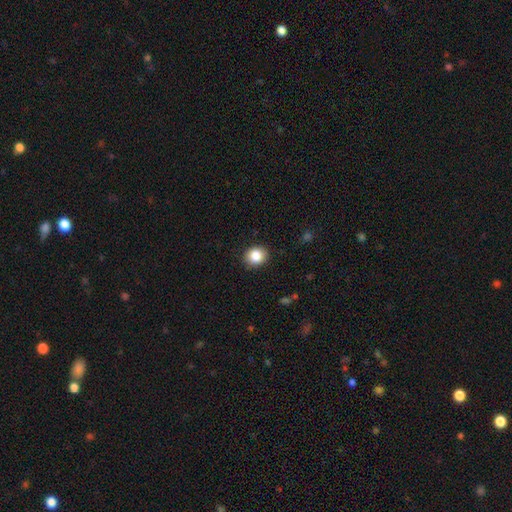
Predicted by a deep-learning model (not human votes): smooth_or_featured: smooth (p=0.85) [alt: star or artifact p=0.09]
how_rounded: round (p=0.72) [alt: in between p=0.27]
merging: none (p=0.89) [alt: minor disturbance p=0.08]